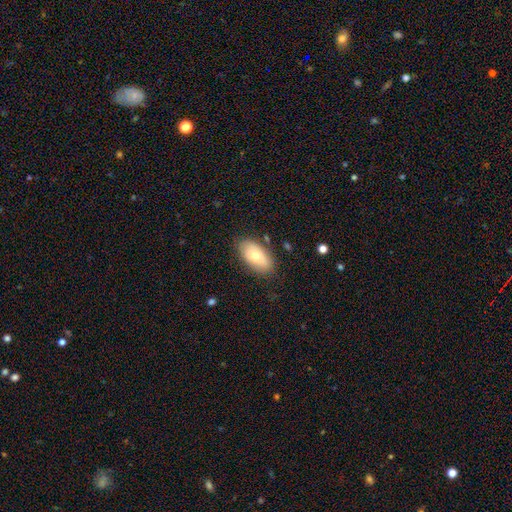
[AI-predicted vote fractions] A smooth galaxy with no disk features (70%) that is in between round and cigar-shaped (93%).

Vote fractions:
- Smooth or featured? smooth: 70% / featured or disk: 23% / star or artifact: 7%
- How rounded? in between: 93% / round: 4% / cigar-shaped: 3%
- Merging? none: 80% / minor disturbance: 14% / major disturbance: 4% / merger: 2%